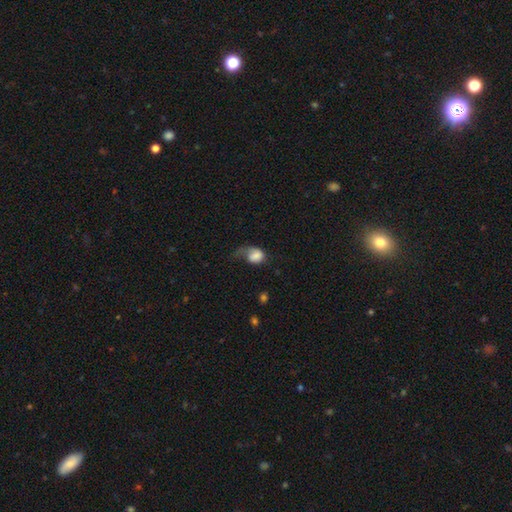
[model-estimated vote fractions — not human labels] Smooth or featured: smooth — 72% (featured or disk — 20%)
How rounded: in between — 64% (round — 35%)
Merging: major disturbance — 52% (minor disturbance — 24%)